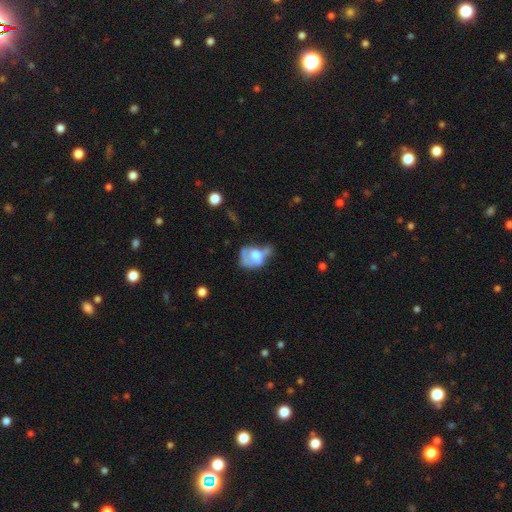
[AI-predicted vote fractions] Smooth or featured?
  - smooth: 47% *
  - featured or disk: 44%
  - star or artifact: 9%
Merging?
  - major disturbance: 43% *
  - minor disturbance: 21%
  - none: 19%
  - merger: 17%